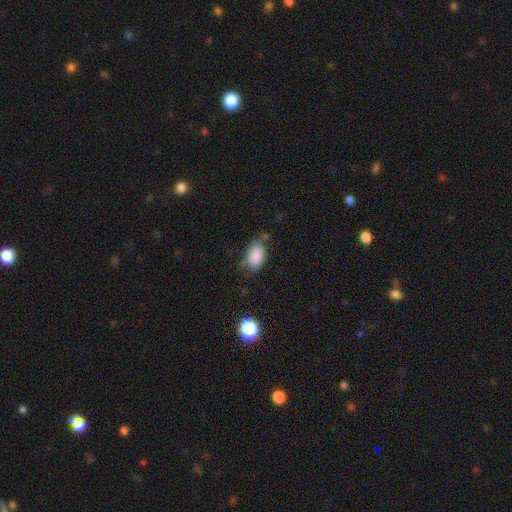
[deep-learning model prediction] Smooth or featured: smooth — 84% (star or artifact — 9%)
How rounded: in between — 90% (round — 8%)
Merging: none — 56% (minor disturbance — 29%)